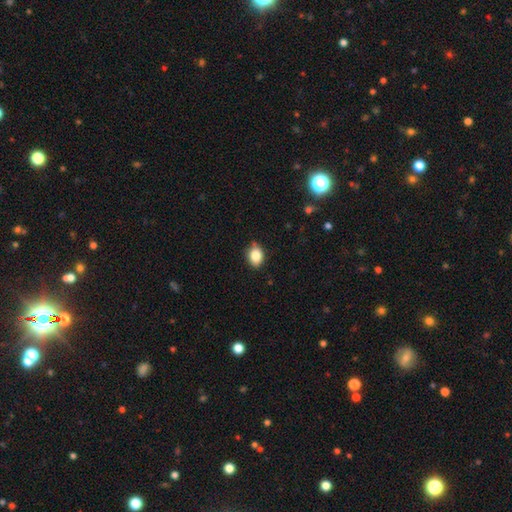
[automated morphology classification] smooth_or_featured: smooth (p=0.84) [alt: star or artifact p=0.09]
how_rounded: in between (p=0.72) [alt: round p=0.26]
merging: none (p=0.76) [alt: minor disturbance p=0.20]